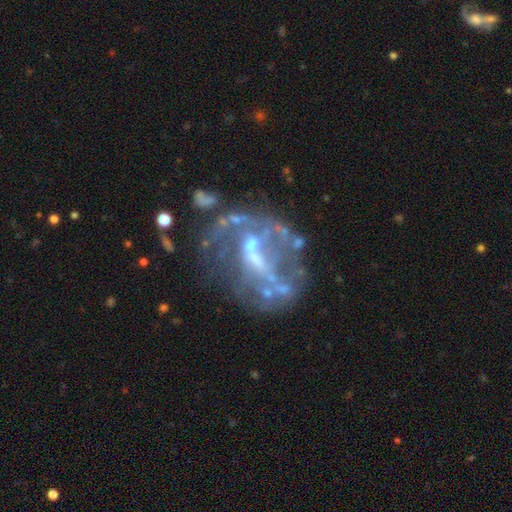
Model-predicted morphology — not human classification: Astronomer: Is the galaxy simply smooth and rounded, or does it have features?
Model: featured or disk — 77%.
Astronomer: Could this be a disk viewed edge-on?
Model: no — 97%.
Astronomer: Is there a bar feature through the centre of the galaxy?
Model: no — 43% (runner-up: weak, 39%).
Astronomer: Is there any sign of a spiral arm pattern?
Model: no — 58% (runner-up: yes, 42%).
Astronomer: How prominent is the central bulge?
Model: small — 37% (runner-up: none, 30%).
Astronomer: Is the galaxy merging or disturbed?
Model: none — 43% (runner-up: major disturbance, 29%).